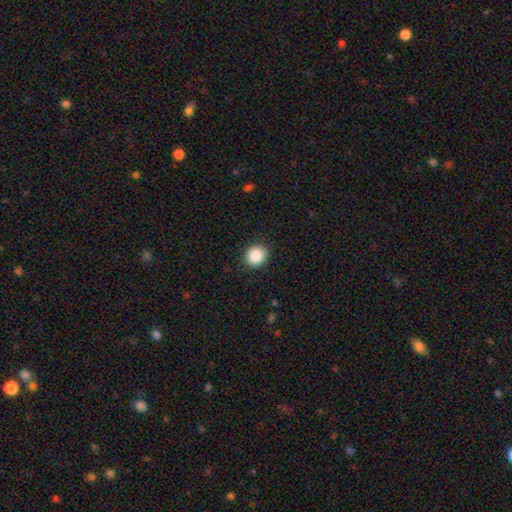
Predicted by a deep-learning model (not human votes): A smooth galaxy with no disk features (88%) that is round (84%).

Vote fractions:
- Smooth or featured? smooth: 88% / star or artifact: 9% / featured or disk: 3%
- How rounded? round: 84% / in between: 15% / cigar-shaped: 1%
- Merging? none: 90% / minor disturbance: 7% / major disturbance: 2% / merger: 1%